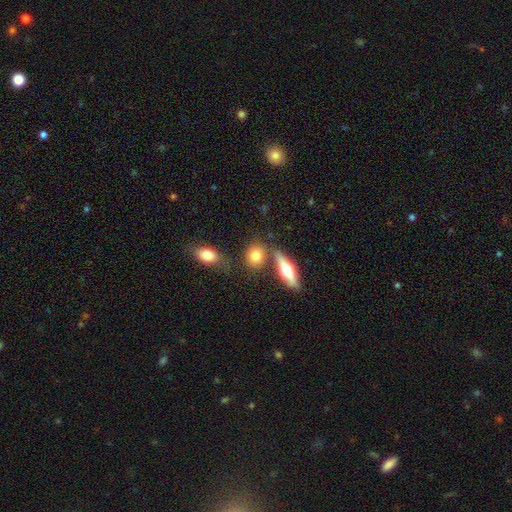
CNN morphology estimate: smooth-or-featured: smooth: 78% | featured or disk: 14% | star or artifact: 8%
  how-rounded: round: 54% | in between: 39% | cigar-shaped: 7%
  merging: none: 65% | merger: 18% | minor disturbance: 13% | major disturbance: 4%